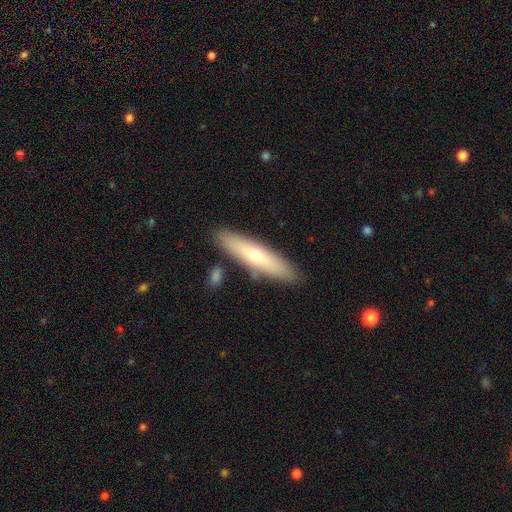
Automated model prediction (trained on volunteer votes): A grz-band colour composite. It shows a smooth galaxy with no disk features (53%) that is cigar-shaped (75%). Merging: none (84%).